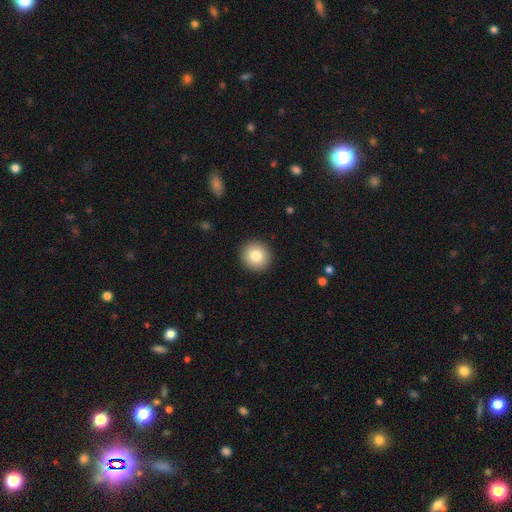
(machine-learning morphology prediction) The model was most divided on "smooth or featured": smooth: 82%, featured or disk: 9%, star or artifact: 9%. More confident: how rounded — round (95%); merging — none (93%).